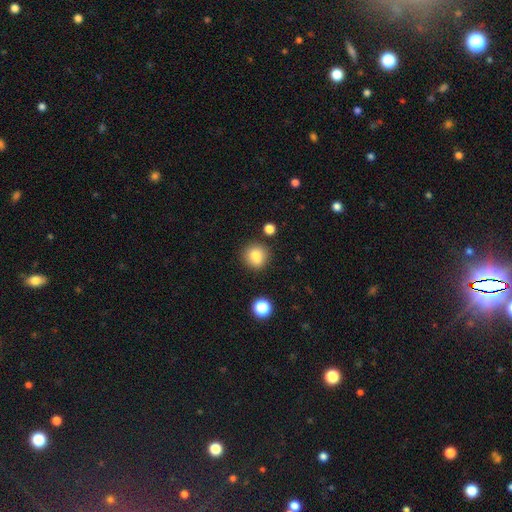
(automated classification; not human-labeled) This is clearly a smooth galaxy (81%). How rounded: clearly round (92%). Merging: clearly none (81%).